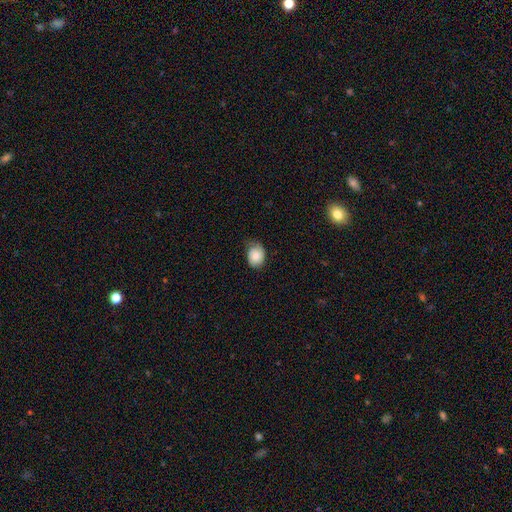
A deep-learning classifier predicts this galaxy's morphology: A smooth galaxy with no disk features (74%) that is in between round and cigar-shaped (57%).

Vote fractions:
- Smooth or featured? smooth: 74% / featured or disk: 18% / star or artifact: 8%
- How rounded? in between: 57% / round: 42% / cigar-shaped: 1%
- Merging? none: 55% / minor disturbance: 34% / major disturbance: 10% / merger: 1%